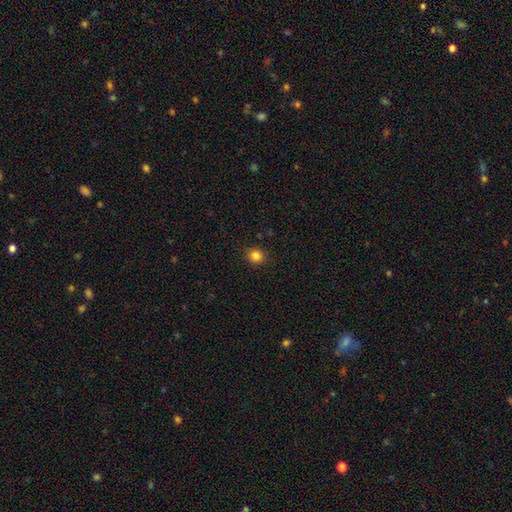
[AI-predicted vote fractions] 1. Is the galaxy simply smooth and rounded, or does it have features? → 84% smooth, 12% star or artifact, 4% featured or disk.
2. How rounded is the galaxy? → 81% round, 18% in between, 1% cigar-shaped.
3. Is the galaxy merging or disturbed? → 90% none, 7% minor disturbance, 2% major disturbance, 1% merger.